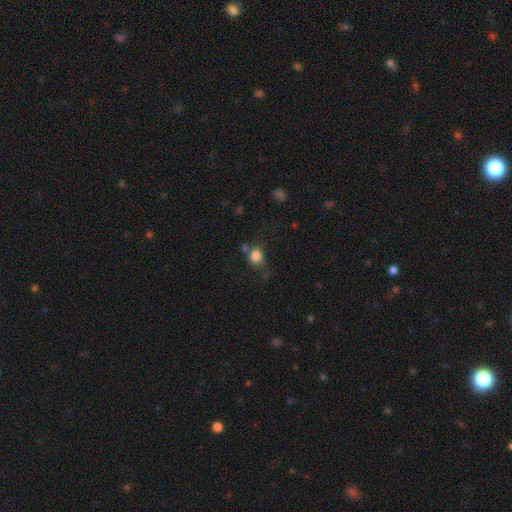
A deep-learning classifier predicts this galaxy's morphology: A smooth galaxy with no disk features (82%) that is round (69%).

Vote fractions:
- Smooth or featured? smooth: 82% / star or artifact: 11% / featured or disk: 6%
- How rounded? round: 69% / in between: 30% / cigar-shaped: 1%
- Merging? none: 60% / minor disturbance: 18% / merger: 14% / major disturbance: 8%